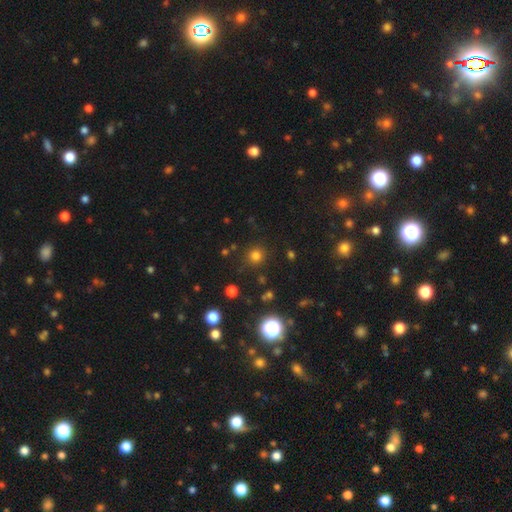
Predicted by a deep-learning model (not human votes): This is likely a smooth galaxy (74%). How rounded: clearly round (93%). Merging: clearly none (87%).